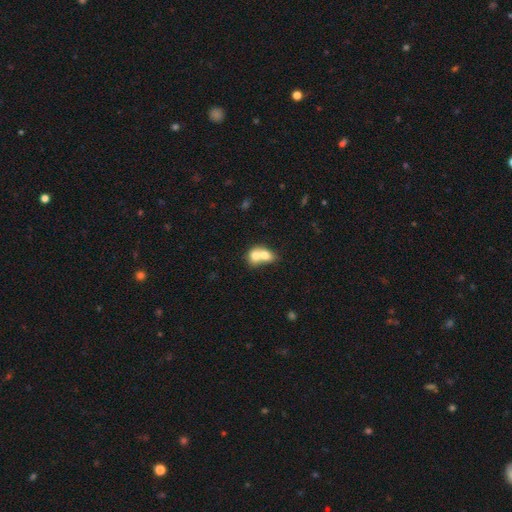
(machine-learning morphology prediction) Smooth or featured? Predicted: smooth (p=0.70). How rounded? Predicted: in between (p=0.52). Merging? Predicted: merger (p=0.77).